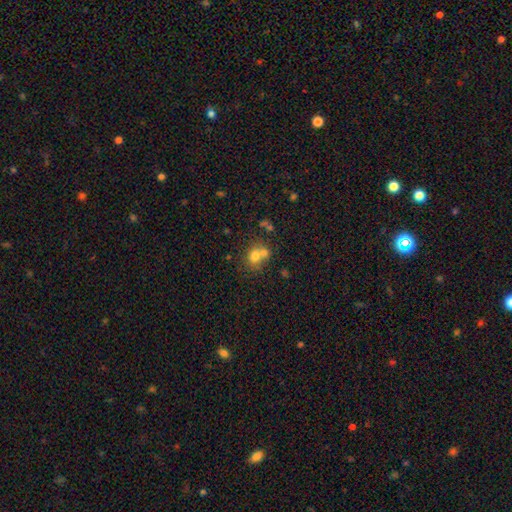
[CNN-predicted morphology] Smooth or featured? smooth (71%)
How rounded? round (71%)
Merging? merger (51%)